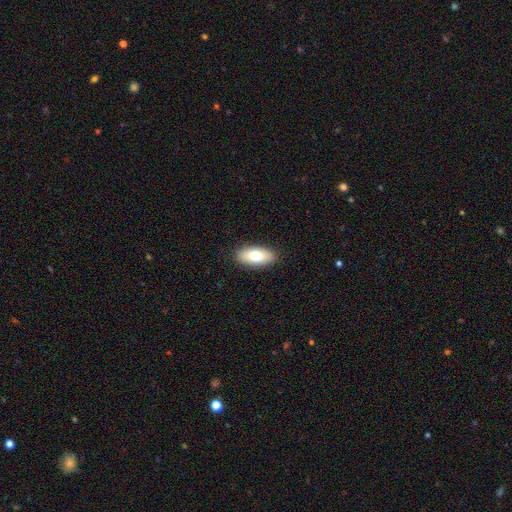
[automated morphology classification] Overall: smooth (75%). How rounded: in between (89%). Merging: none (90%).